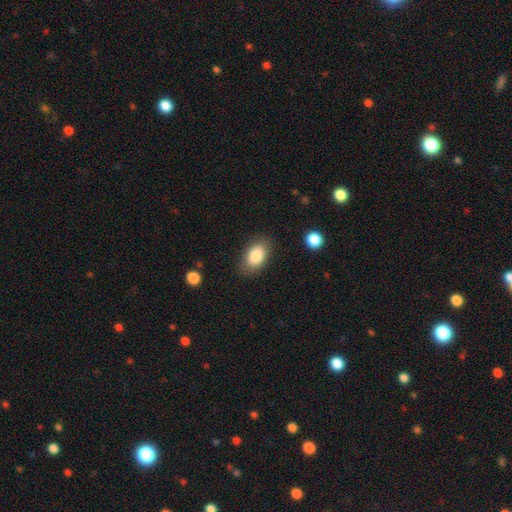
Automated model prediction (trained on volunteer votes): Smooth or featured?
  - smooth: 85% *
  - featured or disk: 8%
  - star or artifact: 7%
How rounded?
  - in between: 91% *
  - round: 8%
  - cigar-shaped: 2%
Merging?
  - none: 82% *
  - minor disturbance: 13%
  - major disturbance: 4%
  - merger: 1%